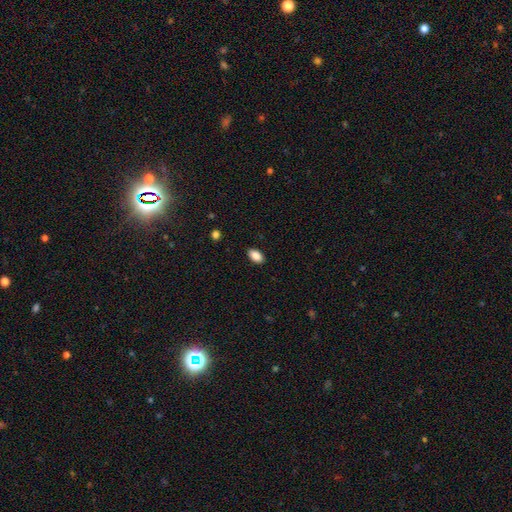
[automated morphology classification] The model was most divided on "smooth or featured": smooth: 88%, star or artifact: 8%, featured or disk: 4%. More confident: how rounded — in between (92%); merging — none (89%).